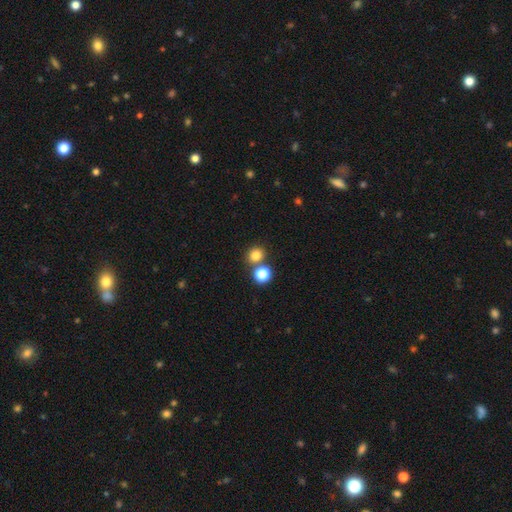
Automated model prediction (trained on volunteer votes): The model was most divided on "merging": none: 67%, merger: 24%, minor disturbance: 7%, major disturbance: 3%. More confident: how rounded — round (85%); smooth or featured — smooth (80%).